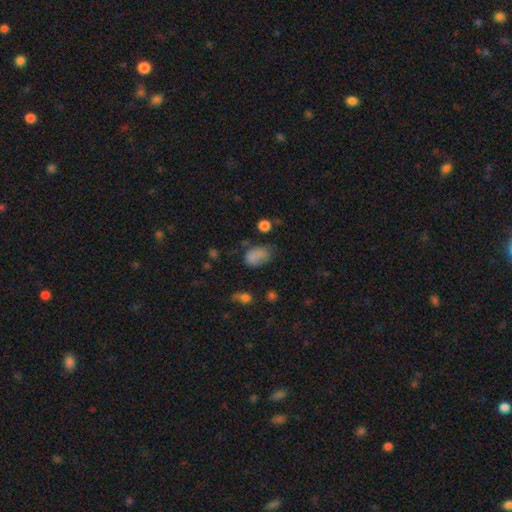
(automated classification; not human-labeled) The model was most divided on "merging": none: 46%, minor disturbance: 31%, major disturbance: 16%, merger: 7%. More confident: how rounded — in between (82%); smooth or featured — smooth (77%).